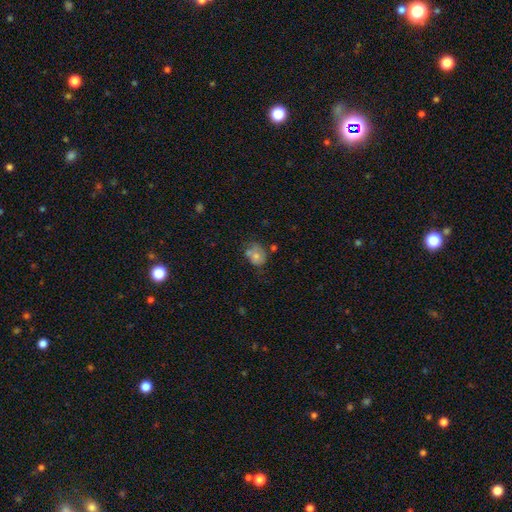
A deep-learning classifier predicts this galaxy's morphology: The model was most divided on "how rounded": in between: 51%, round: 48%, cigar-shaped: 1%. Remaining: smooth or featured — smooth (61%); merging — none (44%).